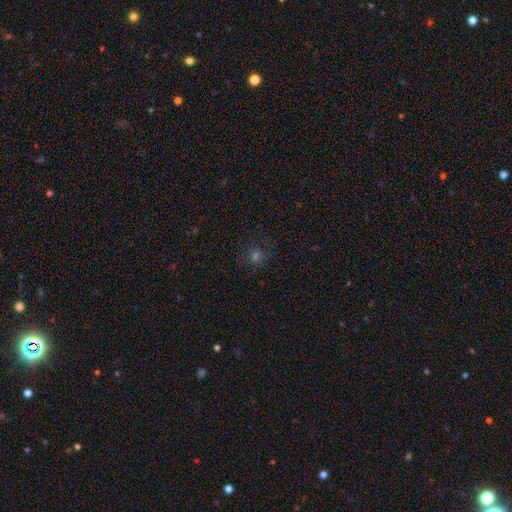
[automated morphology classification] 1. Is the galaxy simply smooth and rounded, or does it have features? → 52% smooth, 37% star or artifact, 11% featured or disk.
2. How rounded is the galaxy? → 81% round, 18% in between, 1% cigar-shaped.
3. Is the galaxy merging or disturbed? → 79% none, 12% minor disturbance, 6% major disturbance, 2% merger.